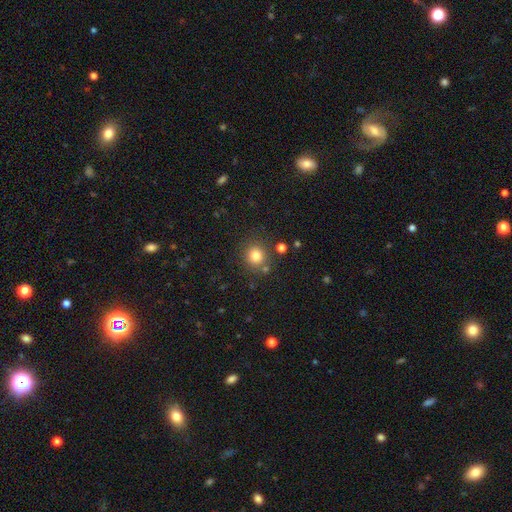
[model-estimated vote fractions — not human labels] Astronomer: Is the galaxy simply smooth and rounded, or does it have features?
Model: smooth — 80%.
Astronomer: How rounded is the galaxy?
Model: round — 89%.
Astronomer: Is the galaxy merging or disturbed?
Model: none — 81%.